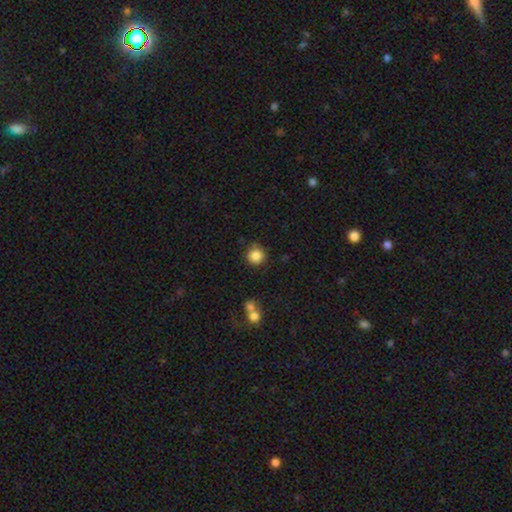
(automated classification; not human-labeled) smooth-or-featured: smooth: 86% | star or artifact: 10% | featured or disk: 4%
  how-rounded: round: 94% | in between: 5% | cigar-shaped: 1%
  merging: none: 82% | minor disturbance: 11% | merger: 4% | major disturbance: 3%